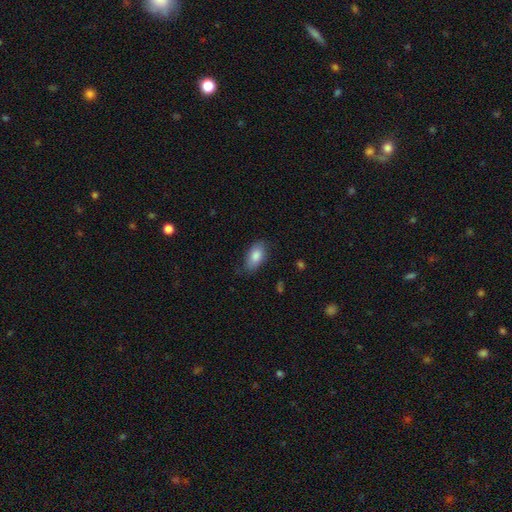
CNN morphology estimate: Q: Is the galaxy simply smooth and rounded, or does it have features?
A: smooth — 84%.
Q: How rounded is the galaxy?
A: in between — 92%.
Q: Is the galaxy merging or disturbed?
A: none — 75%.